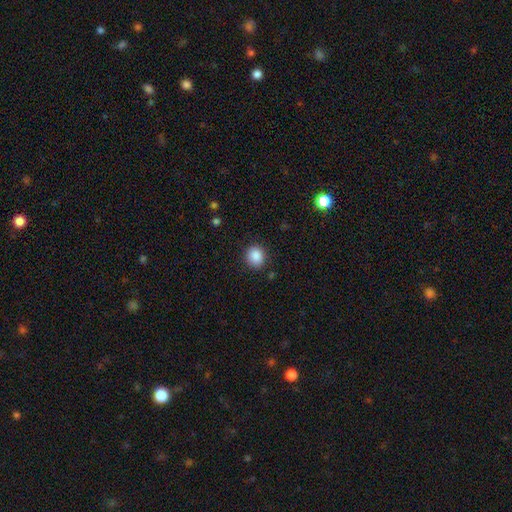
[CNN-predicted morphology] Q: Smooth or featured?
A: smooth (87%); runner-up: star or artifact (9%)
Q: How rounded?
A: round (81%); runner-up: in between (18%)
Q: Merging?
A: none (87%); runner-up: minor disturbance (9%)